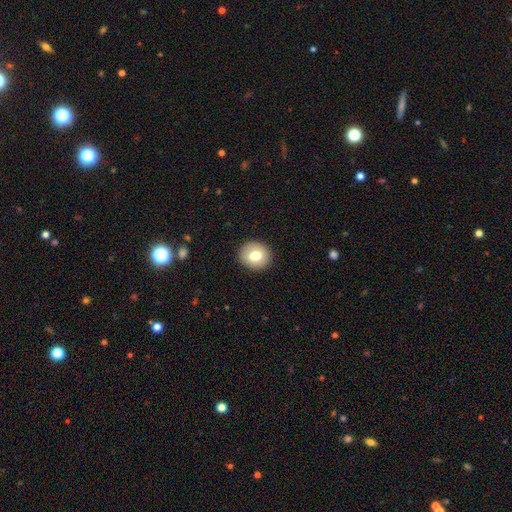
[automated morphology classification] A smooth galaxy with no disk features (75%) that is round (81%).

Vote fractions:
- Smooth or featured? smooth: 75% / featured or disk: 16% / star or artifact: 9%
- How rounded? round: 81% / in between: 19% / cigar-shaped: 1%
- Merging? none: 90% / minor disturbance: 7% / major disturbance: 2% / merger: 1%